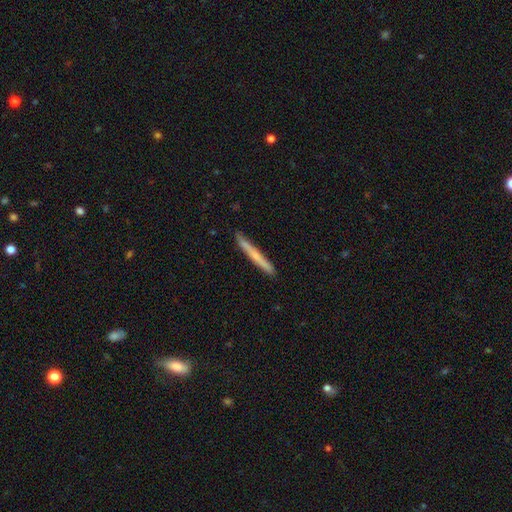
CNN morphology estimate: smooth-or-featured: featured or disk: 48% | smooth: 46% | star or artifact: 6%
  merging: none: 90% | minor disturbance: 8% | major disturbance: 1% | merger: 1%